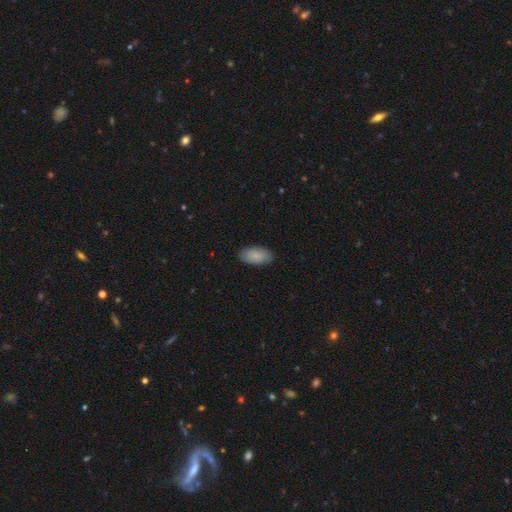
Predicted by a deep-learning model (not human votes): smooth 85%, featured or disk 9%, star or artifact 6%. Down the decision tree: how rounded — in between (94%); merging — none (88%).